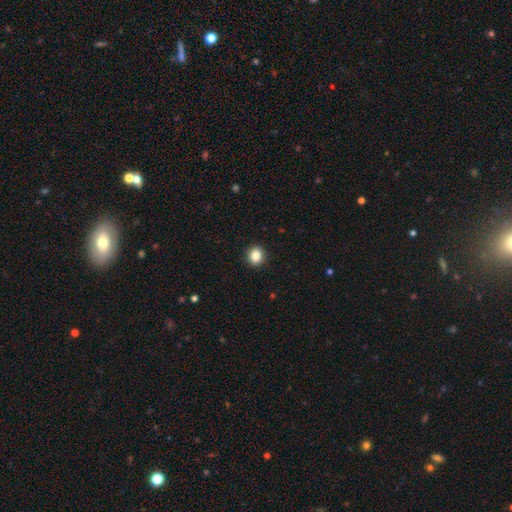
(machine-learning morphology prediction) smooth 85%, star or artifact 10%, featured or disk 5%. Down the decision tree: how rounded — round (81%); merging — none (93%).